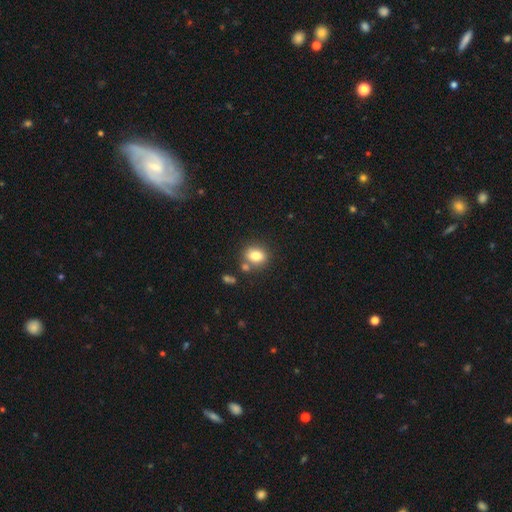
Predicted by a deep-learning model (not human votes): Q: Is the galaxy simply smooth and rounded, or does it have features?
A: smooth — 80%.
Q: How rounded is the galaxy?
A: round — 51%.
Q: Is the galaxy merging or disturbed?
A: none — 69%.